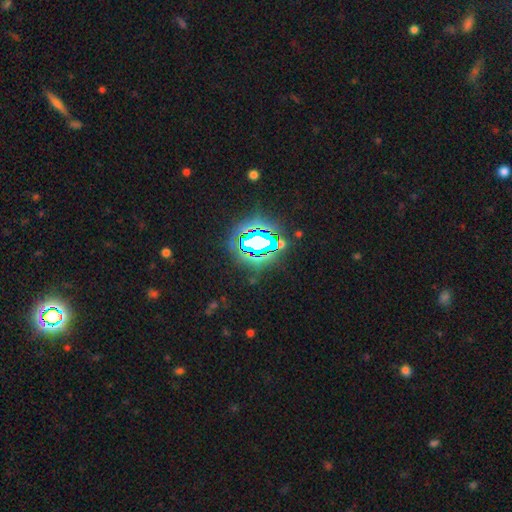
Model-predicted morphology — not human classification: Smooth or featured?
  - star or artifact: 81% *
  - smooth: 12%
  - featured or disk: 7%